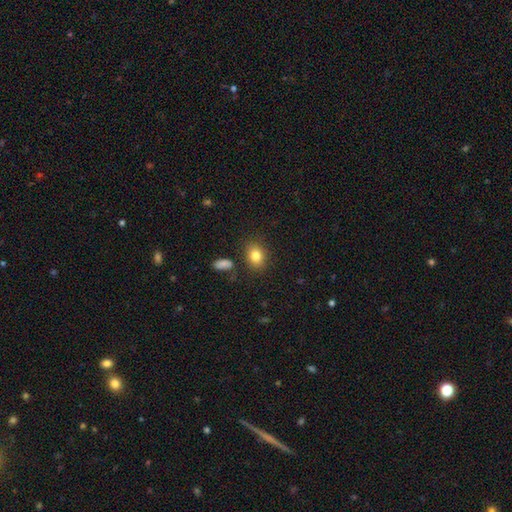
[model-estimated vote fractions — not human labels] Q: Smooth or featured?
A: smooth (82%); runner-up: star or artifact (10%)
Q: How rounded?
A: in between (52%); runner-up: round (46%)
Q: Merging?
A: none (83%); runner-up: minor disturbance (10%)